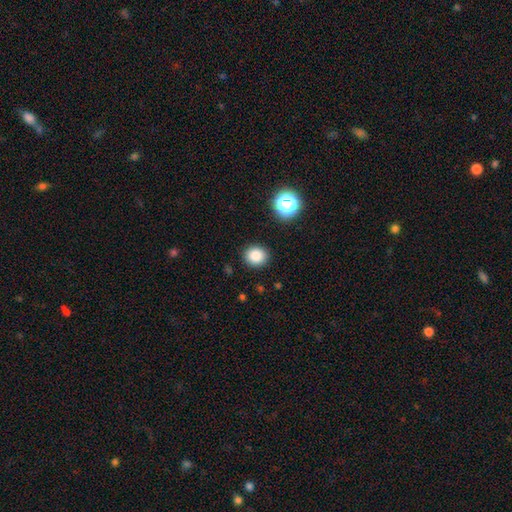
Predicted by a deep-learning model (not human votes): smooth-or-featured: smooth: 84% | star or artifact: 12% | featured or disk: 5%
  how-rounded: round: 77% | in between: 22% | cigar-shaped: 1%
  merging: none: 89% | minor disturbance: 7% | major disturbance: 2% | merger: 2%